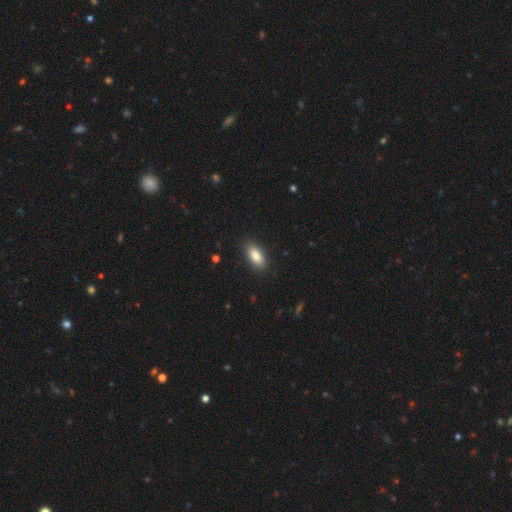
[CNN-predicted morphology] Smooth or featured? smooth (85%)
How rounded? in between (89%)
Merging? none (88%)